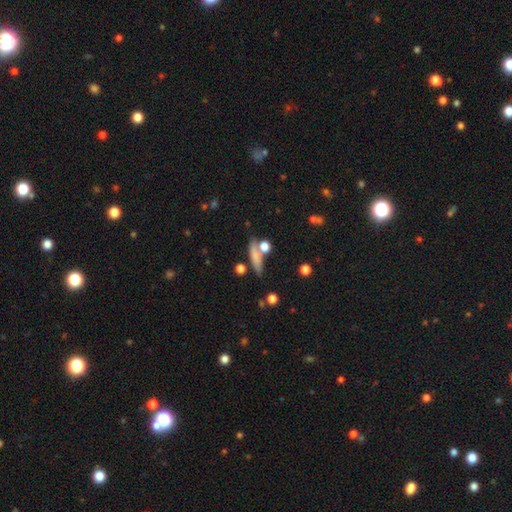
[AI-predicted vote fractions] Morphology: type=smooth (69%); roundness=cigar-shaped (72%); merging=none (64%).